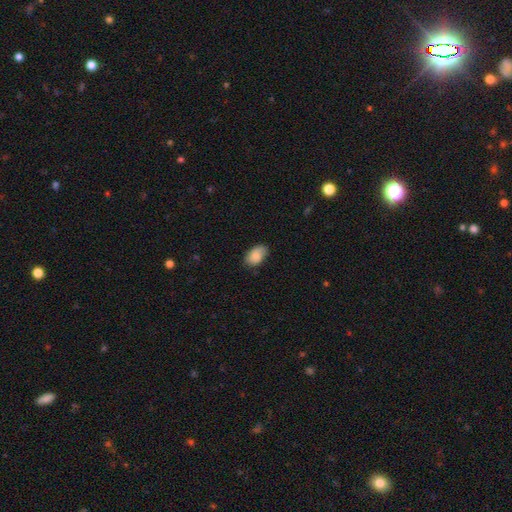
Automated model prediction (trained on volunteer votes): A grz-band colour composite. It shows a smooth galaxy with no disk features (84%) that is in between round and cigar-shaped (90%). Merging: none (72%).